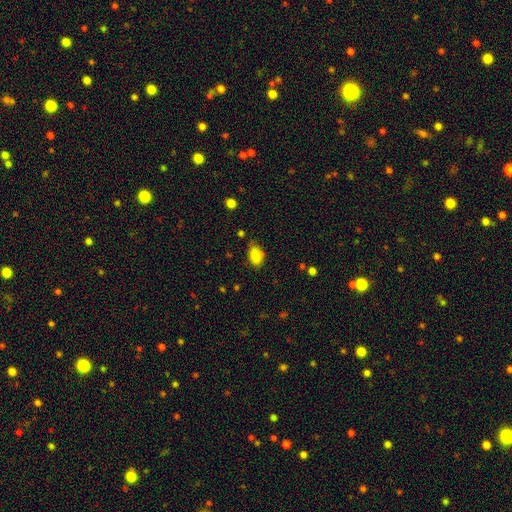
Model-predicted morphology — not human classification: Q: Smooth or featured?
A: smooth (87%); runner-up: star or artifact (8%)
Q: How rounded?
A: in between (87%); runner-up: round (12%)
Q: Merging?
A: none (65%); runner-up: minor disturbance (27%)